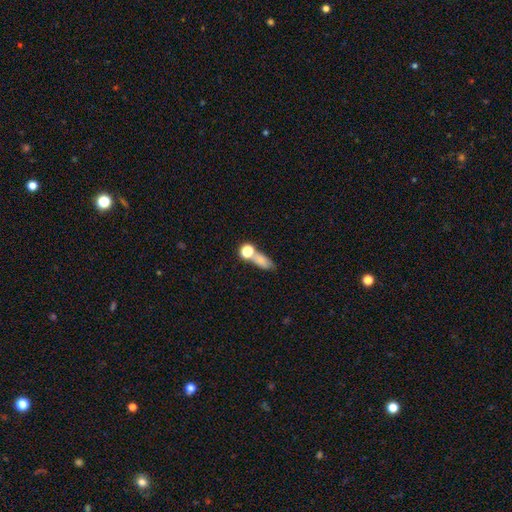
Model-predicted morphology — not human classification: This appears to be a smooth galaxy with no disk features (67%) that is in between round and cigar-shaped (52%). Merging: none (50%).